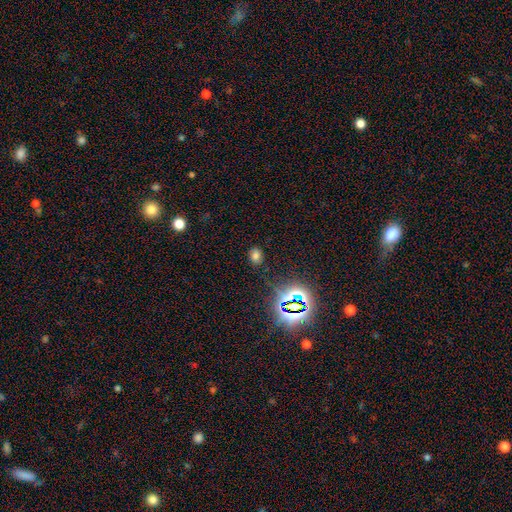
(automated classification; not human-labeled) smooth_or_featured: smooth (p=0.63) [alt: star or artifact p=0.29]
how_rounded: in between (p=0.62) [alt: round p=0.36]
merging: none (p=0.82) [alt: minor disturbance p=0.12]